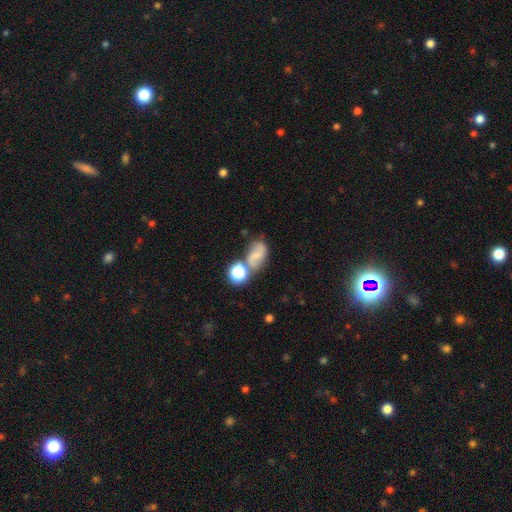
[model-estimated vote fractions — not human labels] Smooth or featured?
  - featured or disk: 45% *
  - smooth: 39%
  - star or artifact: 16%
Merging?
  - none: 50% *
  - merger: 23%
  - minor disturbance: 18%
  - major disturbance: 9%